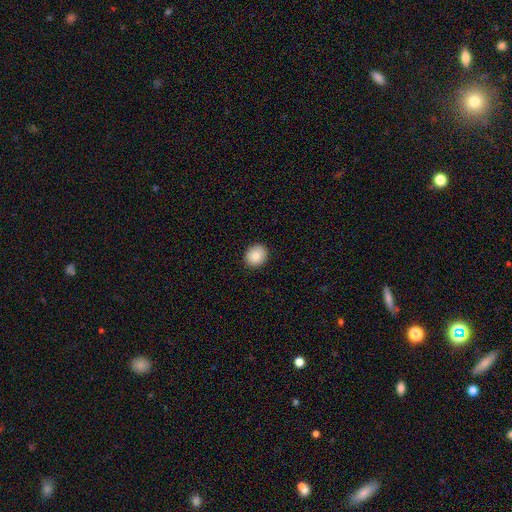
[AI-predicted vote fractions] A smooth galaxy with no disk features (88%) that is round (80%).

Vote fractions:
- Smooth or featured? smooth: 88% / star or artifact: 8% / featured or disk: 4%
- How rounded? round: 80% / in between: 19% / cigar-shaped: 1%
- Merging? none: 91% / minor disturbance: 6% / major disturbance: 2% / merger: 1%